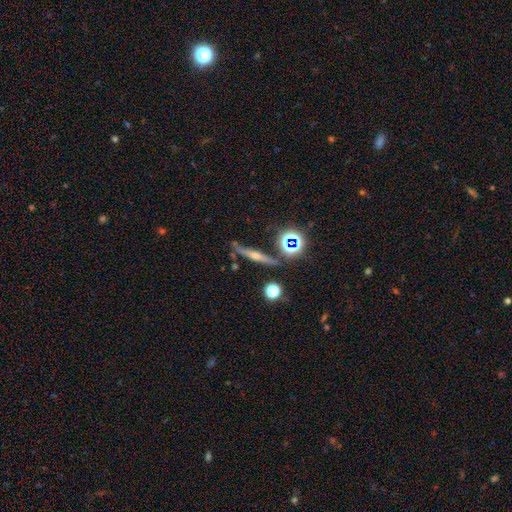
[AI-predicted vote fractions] smooth_or_featured: featured or disk (p=0.59) [alt: smooth p=0.23]
disk_edge_on: yes (p=0.93) [alt: no p=0.07]
edge_on_bulge: rounded (p=0.88) [alt: none p=0.08]
merging: none (p=0.82) [alt: minor disturbance p=0.10]